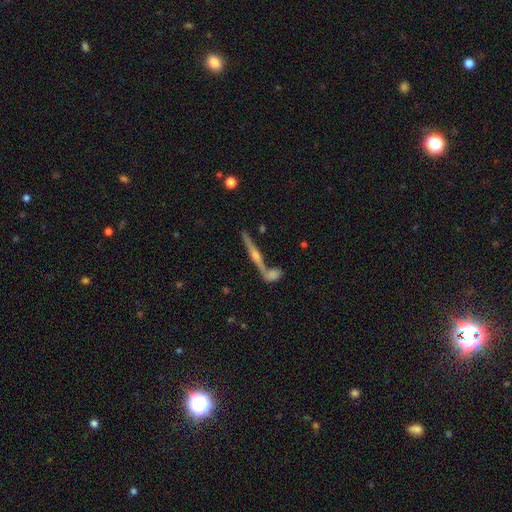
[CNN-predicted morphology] Smooth or featured? Predicted: featured or disk (p=0.79). Edge-on disk? Predicted: yes (p=0.97). Edge-on bulge? Predicted: rounded (p=0.89). Merging? Predicted: none (p=0.71).